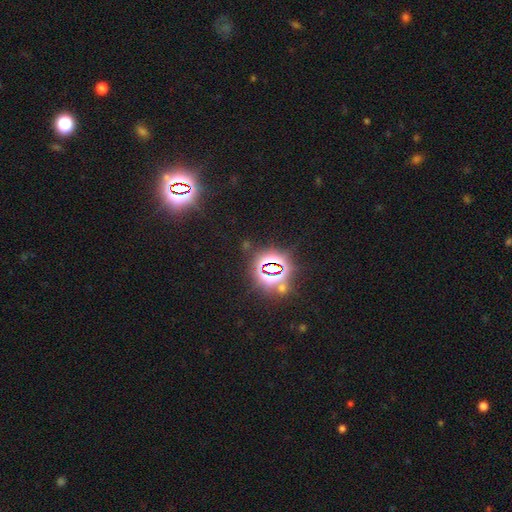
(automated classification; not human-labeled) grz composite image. It shows a star or artifact, not a galaxy (82%).